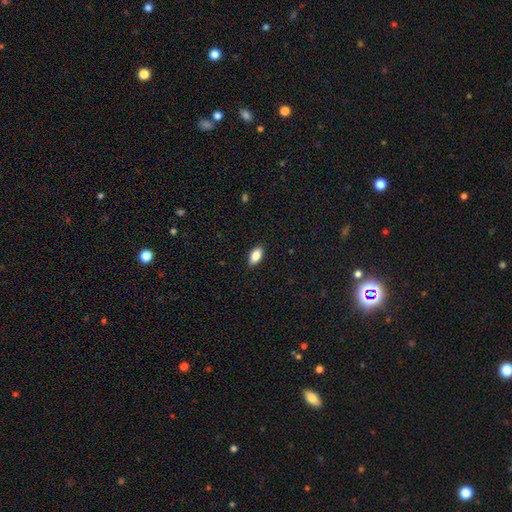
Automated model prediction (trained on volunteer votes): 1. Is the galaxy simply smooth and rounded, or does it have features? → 85% smooth, 8% featured or disk, 7% star or artifact.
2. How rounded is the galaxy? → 91% in between, 5% cigar-shaped, 4% round.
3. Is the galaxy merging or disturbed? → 87% none, 10% minor disturbance, 2% major disturbance, 1% merger.